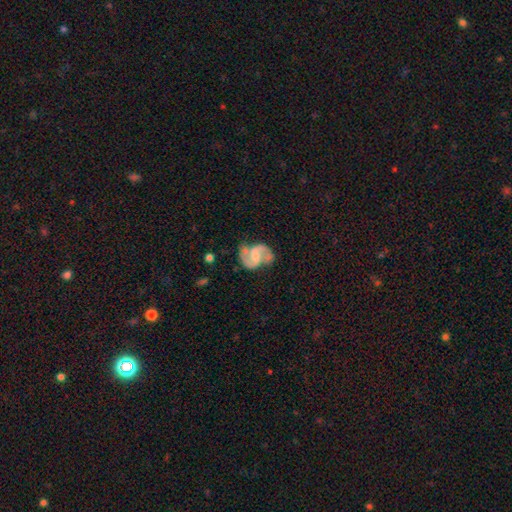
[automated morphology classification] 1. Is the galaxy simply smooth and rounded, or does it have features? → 87% featured or disk, 8% smooth, 5% star or artifact.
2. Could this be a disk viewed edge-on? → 98% no, 2% yes.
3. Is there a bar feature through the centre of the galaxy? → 52% weak, 26% no, 22% strong.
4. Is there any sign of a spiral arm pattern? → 96% yes, 4% no.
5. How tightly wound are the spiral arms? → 53% medium, 33% loose, 13% tight.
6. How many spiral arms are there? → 93% 2, 3% can't tell, 2% 1, 1% 3, 1% 4, 1% more than 4.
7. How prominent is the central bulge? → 38% none, 36% small, 22% moderate, 3% large, 1% dominant.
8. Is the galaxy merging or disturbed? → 68% none, 19% minor disturbance, 10% major disturbance, 3% merger.